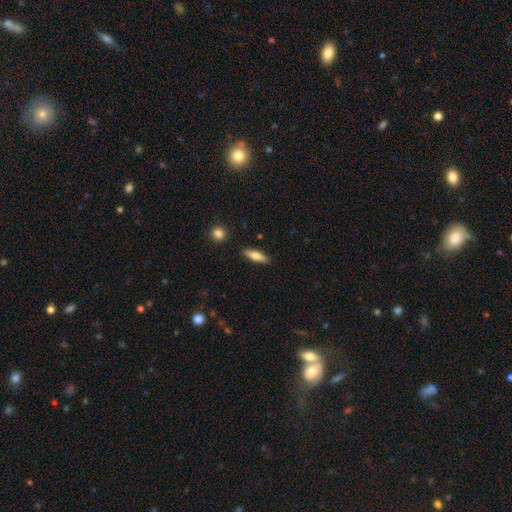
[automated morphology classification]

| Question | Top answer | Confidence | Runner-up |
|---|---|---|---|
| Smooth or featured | smooth | 70% | featured or disk (24%) |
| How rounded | cigar-shaped | 57% | in between (40%) |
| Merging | none | 88% | minor disturbance (8%) |